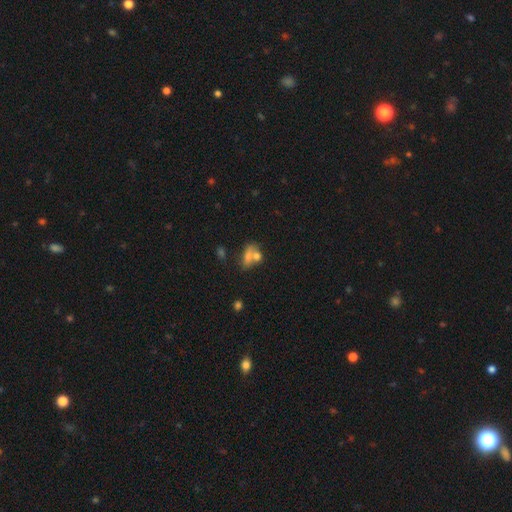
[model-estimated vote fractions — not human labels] smooth 55%, featured or disk 26%, star or artifact 19%. Down the decision tree: how rounded — in between (60%); merging — merger (42%).